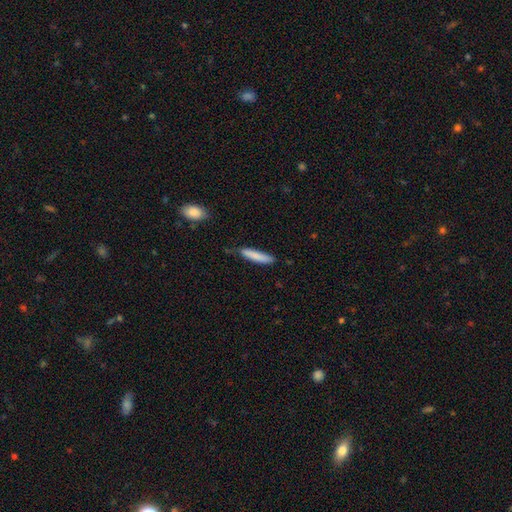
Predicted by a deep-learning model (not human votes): smooth 83%, featured or disk 11%, star or artifact 6%. Down the decision tree: how rounded — cigar-shaped (86%); merging — none (71%).